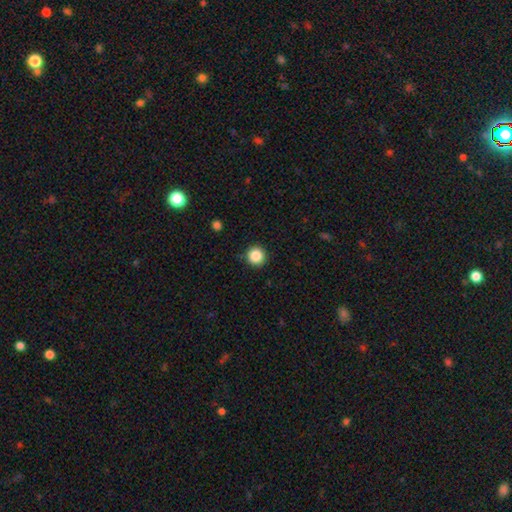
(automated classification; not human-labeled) Overall: smooth (86%). How rounded: round (96%). Merging: none (91%).